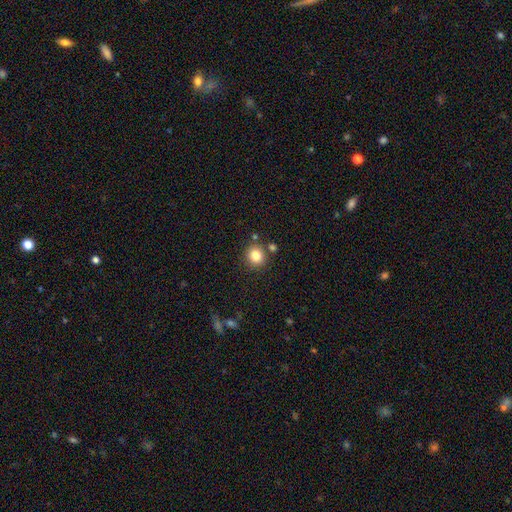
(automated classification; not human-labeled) Smooth or featured? Predicted: smooth (p=0.83). How rounded? Predicted: round (p=0.88). Merging? Predicted: none (p=0.82).